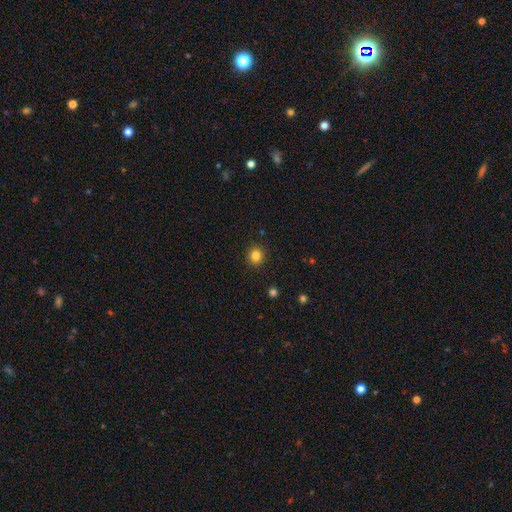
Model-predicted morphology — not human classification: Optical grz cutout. It shows a smooth galaxy with no disk features (83%) that is round (88%). Merging: none (92%).